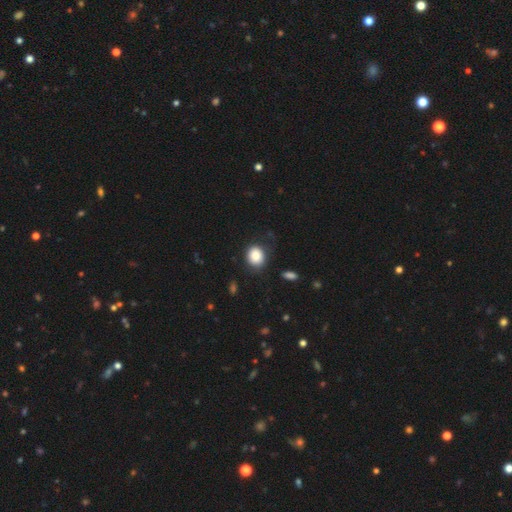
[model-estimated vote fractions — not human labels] A smooth galaxy with no disk features (85%) that is round (66%).

Vote fractions:
- Smooth or featured? smooth: 85% / star or artifact: 9% / featured or disk: 6%
- How rounded? round: 66% / in between: 33% / cigar-shaped: 1%
- Merging? none: 78% / minor disturbance: 15% / major disturbance: 5% / merger: 2%